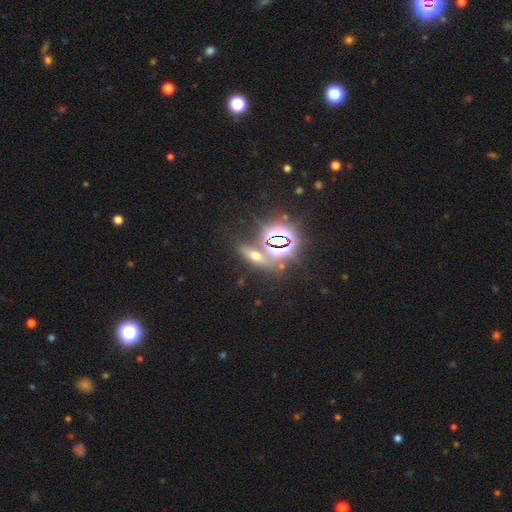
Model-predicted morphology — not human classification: A star or artifact, not a galaxy (50%).

Vote fractions:
- Smooth or featured? star or artifact: 50% / smooth: 34% / featured or disk: 16%